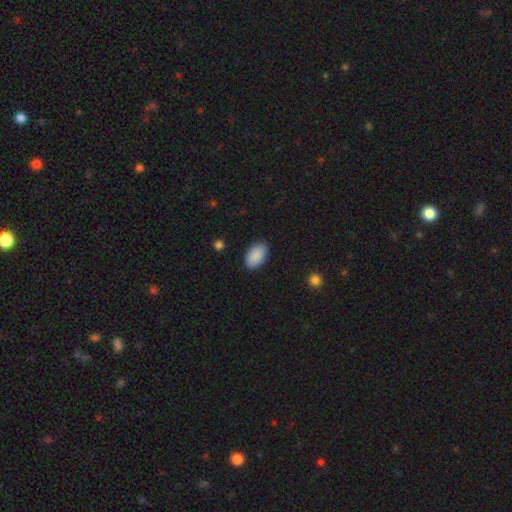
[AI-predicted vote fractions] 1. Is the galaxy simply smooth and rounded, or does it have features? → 90% smooth, 6% star or artifact, 3% featured or disk.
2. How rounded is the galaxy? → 94% in between, 4% round, 1% cigar-shaped.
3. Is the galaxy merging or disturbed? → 88% none, 9% minor disturbance, 2% major disturbance, 1% merger.